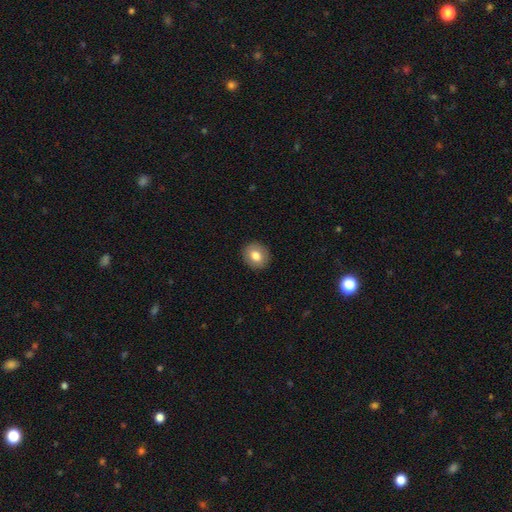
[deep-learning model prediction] A smooth galaxy with no disk features (78%) that is round (77%). Merging: none (91%).